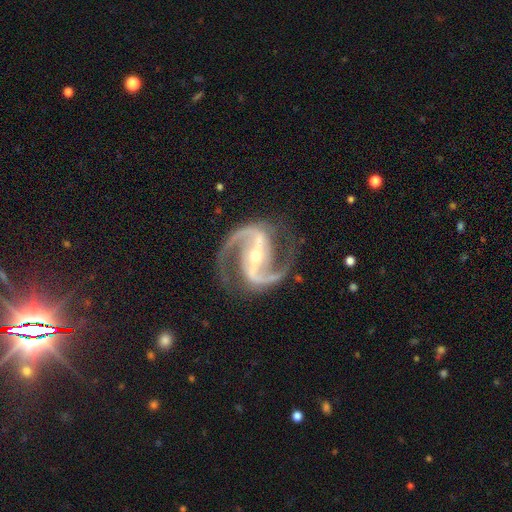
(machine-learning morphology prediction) Smooth or featured? Predicted: featured or disk (p=0.94). Edge-on disk? Predicted: no (p=0.98). Bar? Predicted: strong (p=0.68). Spiral arms? Predicted: yes (p=0.99). Spiral winding? Predicted: medium (p=0.67). Spiral arm count? Predicted: 2 (p=0.94). Bulge size? Predicted: small (p=0.58). Merging? Predicted: none (p=0.82).